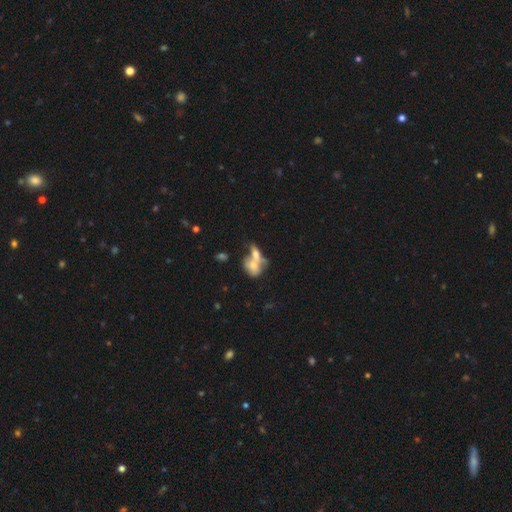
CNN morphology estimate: Smooth or featured? Predicted: smooth (p=0.57). How rounded? Predicted: in between (p=0.71). Merging? Predicted: merger (p=0.62).